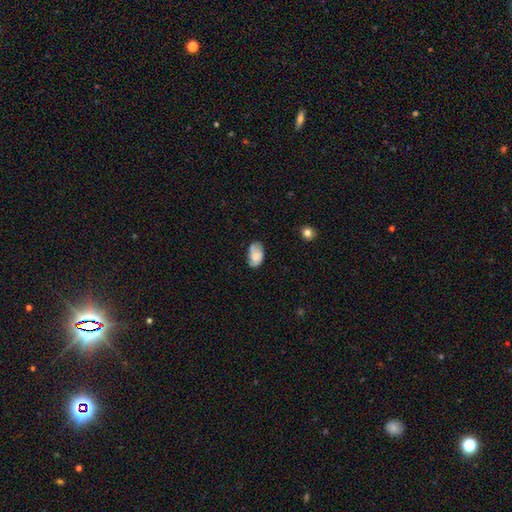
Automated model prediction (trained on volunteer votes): Q: Smooth or featured?
A: smooth (68%); runner-up: featured or disk (24%)
Q: How rounded?
A: in between (91%); runner-up: round (8%)
Q: Merging?
A: none (58%); runner-up: minor disturbance (28%)